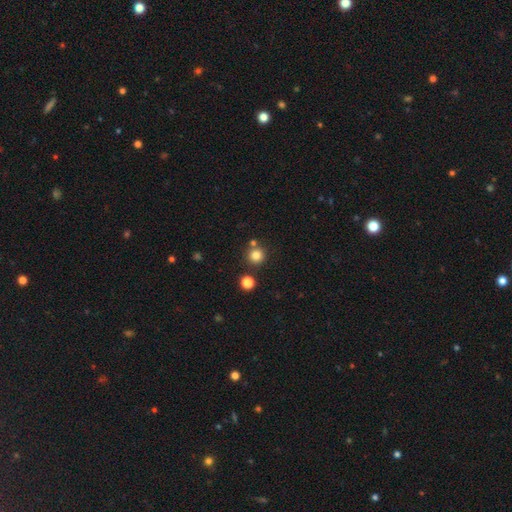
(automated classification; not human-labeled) Smooth or featured? Predicted: smooth (p=0.81). How rounded? Predicted: round (p=0.94). Merging? Predicted: none (p=0.80).